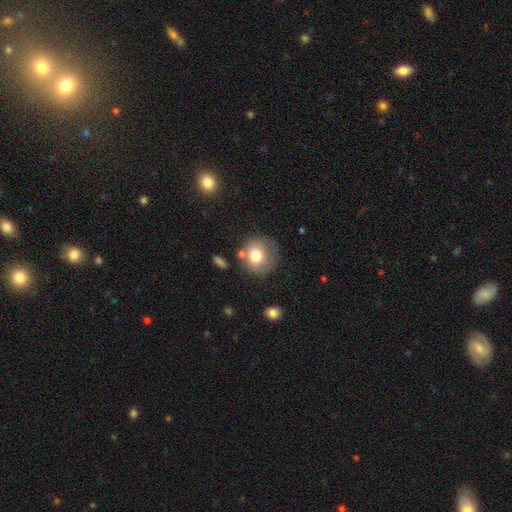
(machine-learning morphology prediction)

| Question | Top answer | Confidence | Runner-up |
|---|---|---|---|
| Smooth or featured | smooth | 73% | featured or disk (18%) |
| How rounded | round | 86% | in between (13%) |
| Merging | none | 60% | minor disturbance (20%) |